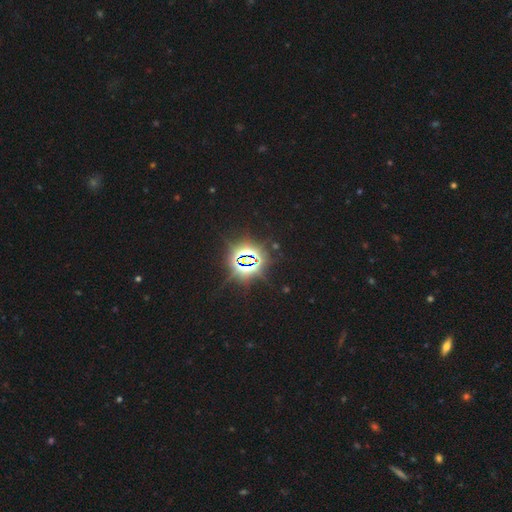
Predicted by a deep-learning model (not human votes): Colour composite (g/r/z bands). It shows a star or artifact, not a galaxy (82%).